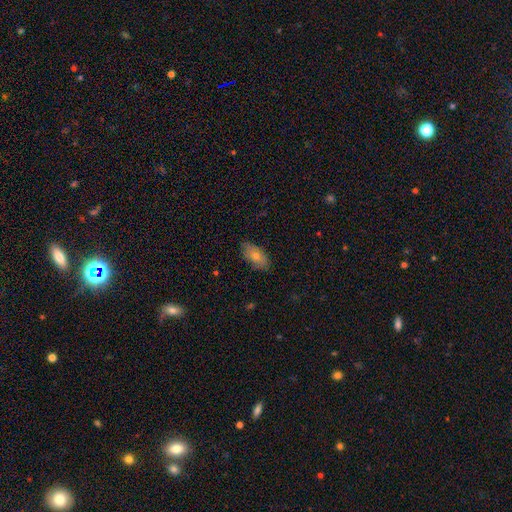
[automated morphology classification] smooth_or_featured: smooth (p=0.66) [alt: featured or disk p=0.24]
how_rounded: in between (p=0.89) [alt: cigar-shaped p=0.06]
merging: none (p=0.84) [alt: minor disturbance p=0.13]